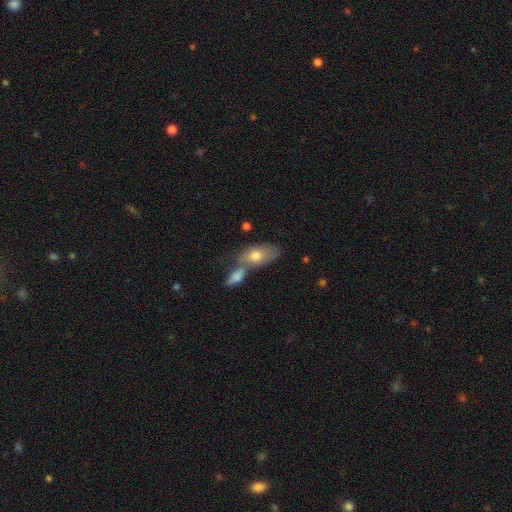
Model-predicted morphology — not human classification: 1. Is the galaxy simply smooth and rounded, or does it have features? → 72% smooth, 22% featured or disk, 6% star or artifact.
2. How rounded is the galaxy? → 88% in between, 7% round, 6% cigar-shaped.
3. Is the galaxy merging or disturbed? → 51% merger, 32% none, 12% minor disturbance, 6% major disturbance.